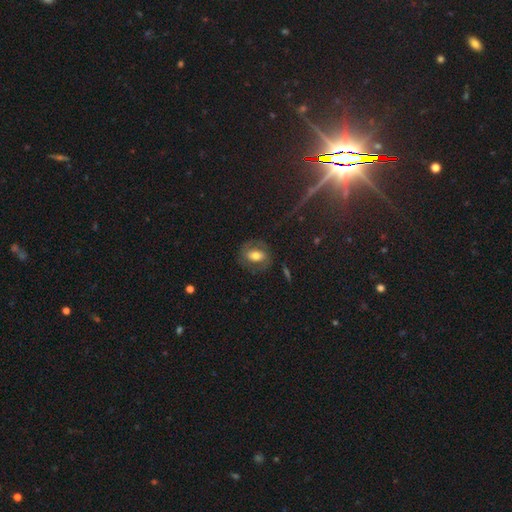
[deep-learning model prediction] Smooth or featured?
  - featured or disk: 48% *
  - smooth: 43%
  - star or artifact: 9%
Merging?
  - none: 74% *
  - minor disturbance: 15%
  - major disturbance: 9%
  - merger: 1%